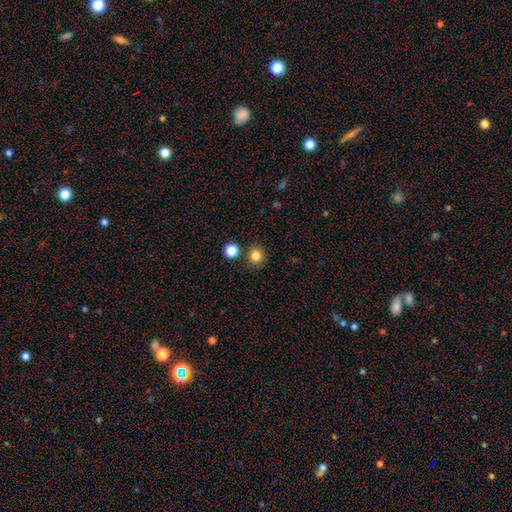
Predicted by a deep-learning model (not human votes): Morphology: type=smooth (83%); roundness=round (92%); merging=none (85%).